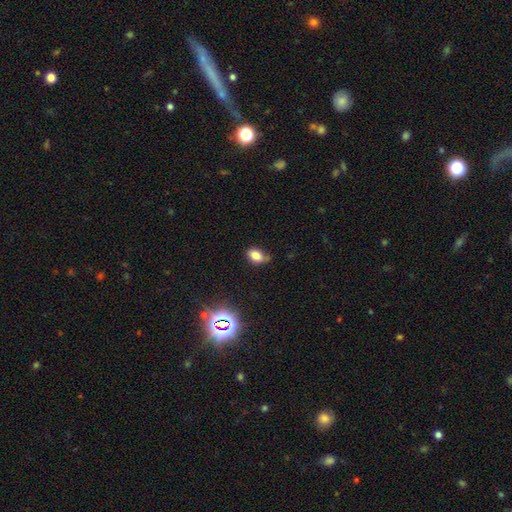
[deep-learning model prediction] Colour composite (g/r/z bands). It shows a smooth galaxy with no disk features (78%) that is in between round and cigar-shaped (83%). Merging: none (59%).